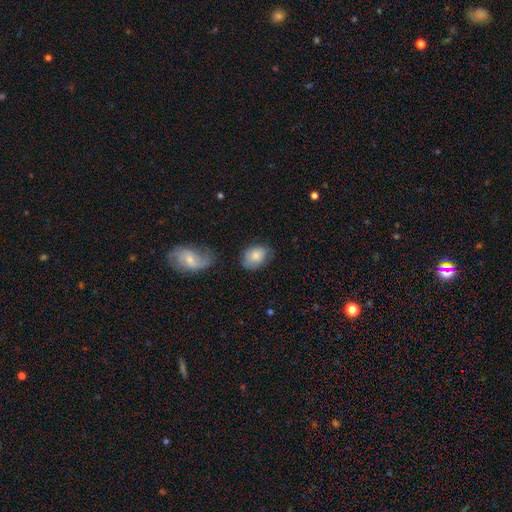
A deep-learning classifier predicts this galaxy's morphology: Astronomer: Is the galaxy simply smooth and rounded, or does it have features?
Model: smooth — 79%.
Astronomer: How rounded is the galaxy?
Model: in between — 73%.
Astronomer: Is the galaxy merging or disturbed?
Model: none — 58%.